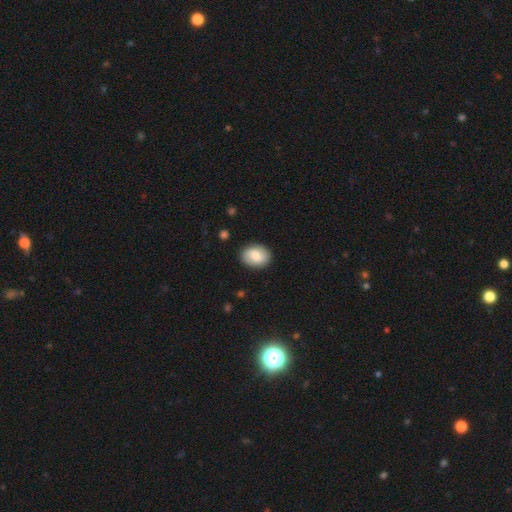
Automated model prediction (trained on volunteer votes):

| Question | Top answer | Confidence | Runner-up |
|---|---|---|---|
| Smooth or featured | smooth | 79% | featured or disk (15%) |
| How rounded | in between | 62% | round (37%) |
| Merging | none | 88% | minor disturbance (9%) |